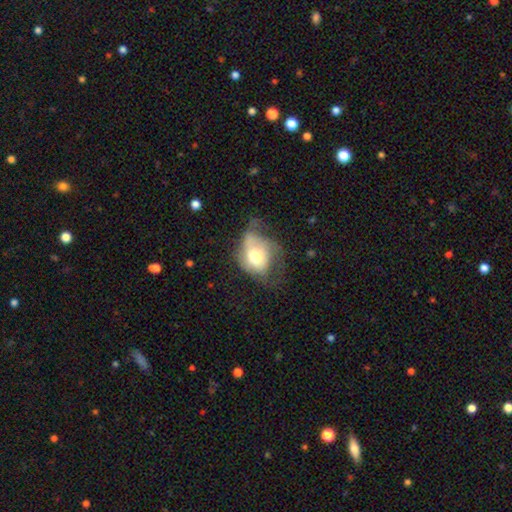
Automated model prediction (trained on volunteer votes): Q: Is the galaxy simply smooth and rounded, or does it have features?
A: smooth — 58%.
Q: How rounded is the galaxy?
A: in between — 51%.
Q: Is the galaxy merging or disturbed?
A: major disturbance — 38%.